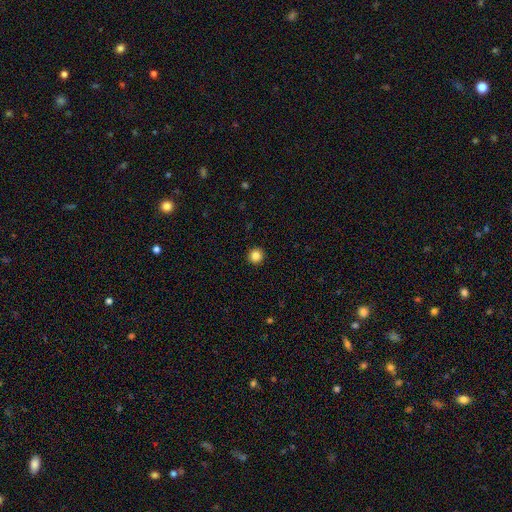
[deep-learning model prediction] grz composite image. It shows a smooth galaxy with no disk features (85%) that is round (95%). Merging: none (93%).